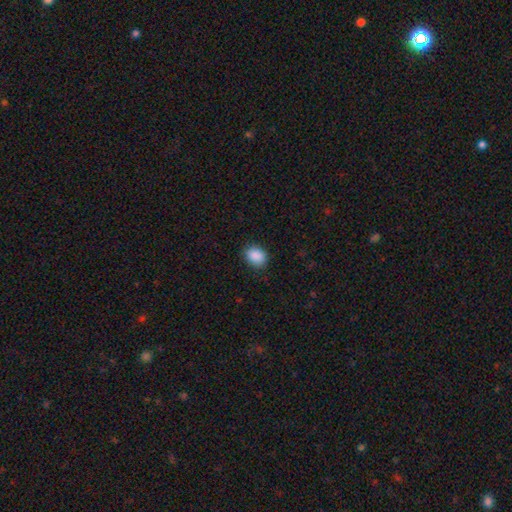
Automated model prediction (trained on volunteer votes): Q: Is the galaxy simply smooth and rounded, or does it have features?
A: smooth — 89%.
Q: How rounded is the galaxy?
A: in between — 66%.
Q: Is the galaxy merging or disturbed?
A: none — 85%.